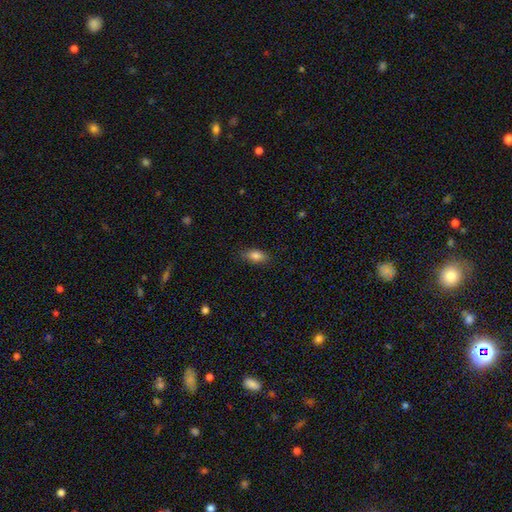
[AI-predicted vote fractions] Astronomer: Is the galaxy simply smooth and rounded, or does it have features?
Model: smooth — 82%.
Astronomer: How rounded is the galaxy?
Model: in between — 84%.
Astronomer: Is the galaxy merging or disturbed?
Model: none — 84%.